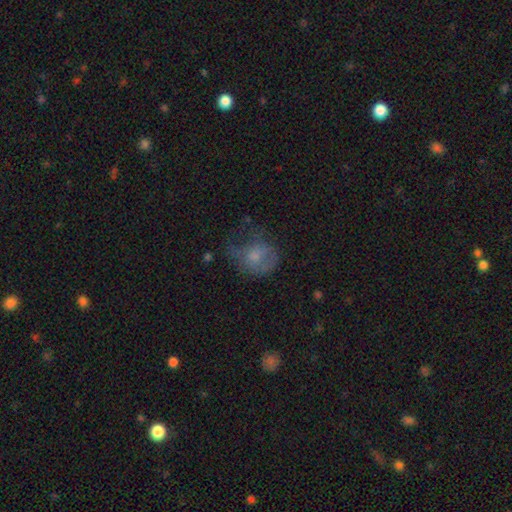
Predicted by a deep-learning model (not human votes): This appears to be a smooth galaxy with no disk features (56%) that is round (59%). Merging: major disturbance (37%).